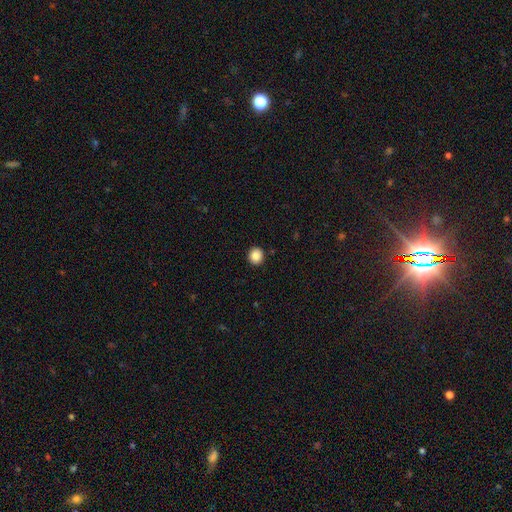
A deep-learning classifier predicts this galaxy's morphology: type=smooth (87%); roundness=round (90%); merging=none (93%).